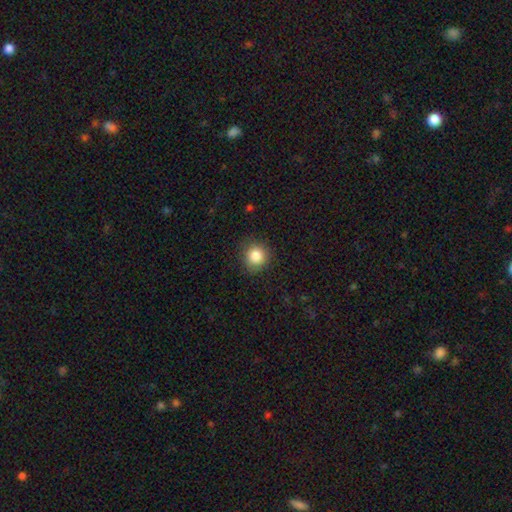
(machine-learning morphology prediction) Q: Smooth or featured?
A: smooth (84%); runner-up: star or artifact (10%)
Q: How rounded?
A: round (89%); runner-up: in between (10%)
Q: Merging?
A: none (84%); runner-up: minor disturbance (12%)